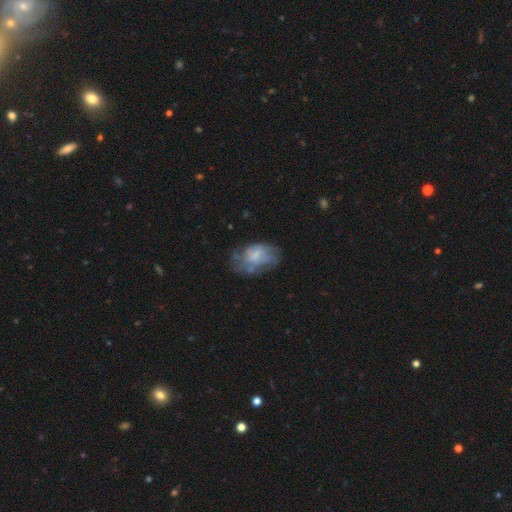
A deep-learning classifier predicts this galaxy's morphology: Overall: featured or disk (48%; smooth 43%). Merging: none (44%; minor disturbance 29%).